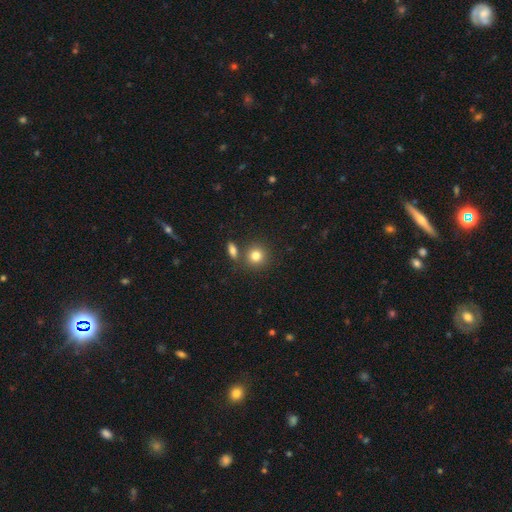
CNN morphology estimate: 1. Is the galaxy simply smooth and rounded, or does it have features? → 81% smooth, 11% star or artifact, 8% featured or disk.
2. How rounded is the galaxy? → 86% round, 13% in between, 1% cigar-shaped.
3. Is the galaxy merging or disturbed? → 73% none, 15% merger, 9% minor disturbance, 3% major disturbance.